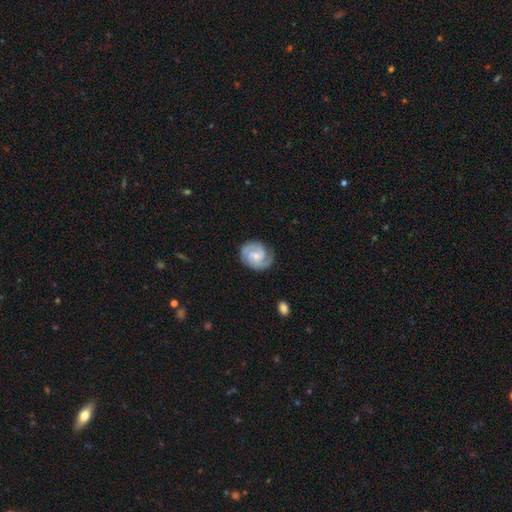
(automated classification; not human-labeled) Smooth or featured: featured or disk — 86% (smooth — 9%)
Edge-on disk: no — 98% (yes — 2%)
Bar: no — 53% (weak — 40%)
Spiral arms: yes — 98% (no — 2%)
Spiral winding: tight — 55% (medium — 39%)
Spiral arm count: 2 — 73% (3 — 13%)
Bulge size: small — 55% (moderate — 34%)
Merging: none — 80% (minor disturbance — 15%)